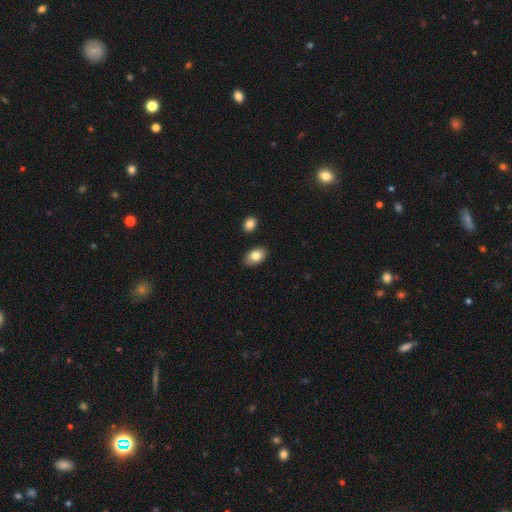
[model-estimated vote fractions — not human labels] smooth-or-featured: smooth: 81% | featured or disk: 12% | star or artifact: 7%
  how-rounded: in between: 91% | round: 7% | cigar-shaped: 1%
  merging: none: 86% | minor disturbance: 9% | merger: 3% | major disturbance: 2%